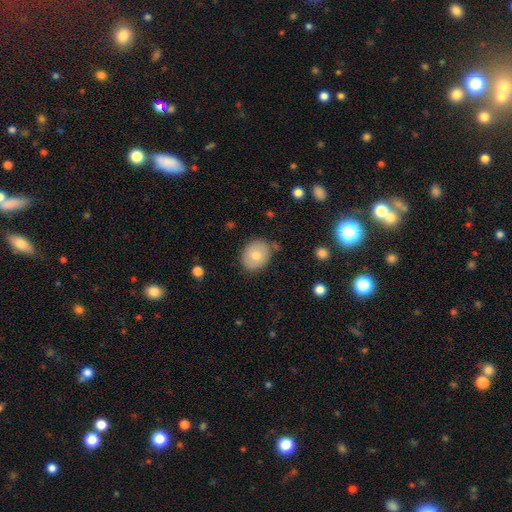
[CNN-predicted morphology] The model was most divided on "how rounded": round: 60%, in between: 39%, cigar-shaped: 1%. More confident: merging — none (77%); smooth or featured — smooth (74%).